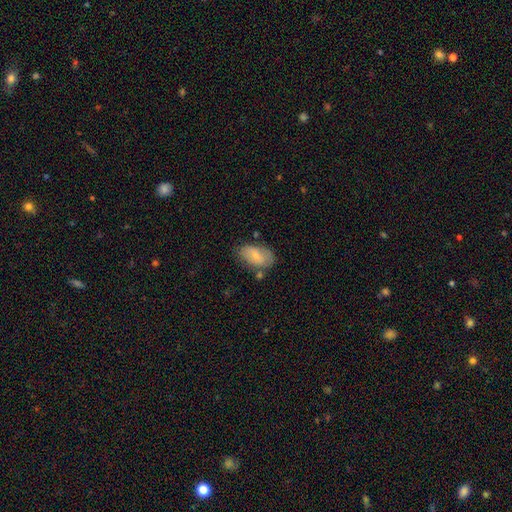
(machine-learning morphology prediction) smooth_or_featured: smooth (p=0.68) [alt: featured or disk p=0.26]
how_rounded: in between (p=0.92) [alt: round p=0.06]
merging: none (p=0.64) [alt: minor disturbance p=0.23]